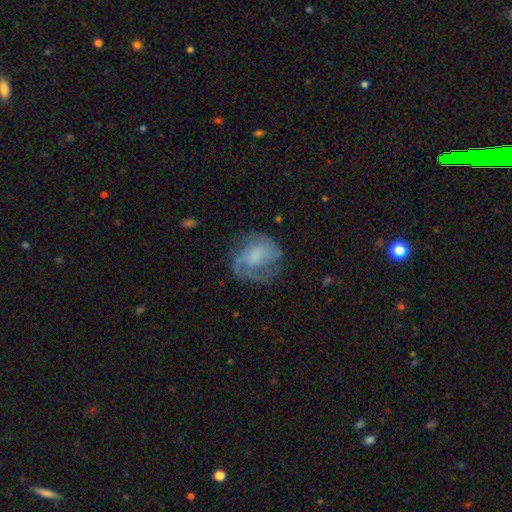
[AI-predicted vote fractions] This is possibly a featured or disk galaxy (56%). It is clearly not viewed edge-on (97%). Bar: possibly no (56%). Spiral arm pattern: likely yes (71%). Central bulge: marginally none (38%). Merging: possibly none (55%).